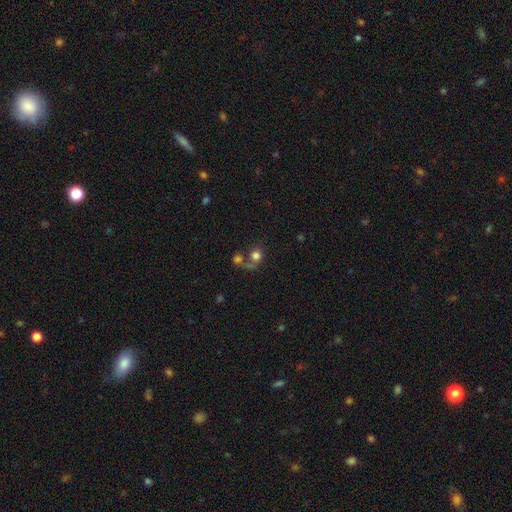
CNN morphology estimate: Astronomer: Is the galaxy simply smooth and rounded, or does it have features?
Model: smooth — 75%.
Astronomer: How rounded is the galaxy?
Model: round — 82%.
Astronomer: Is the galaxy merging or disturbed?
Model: none — 41% (runner-up: merger, 38%).